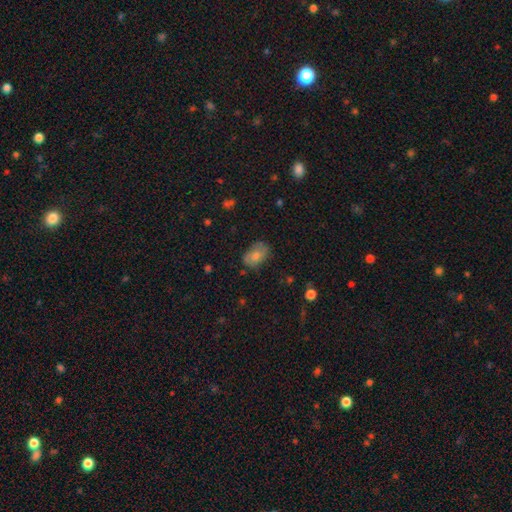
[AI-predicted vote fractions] This appears to be a smooth galaxy with no disk features (70%) that is in between round and cigar-shaped (85%). Merging: none (69%).